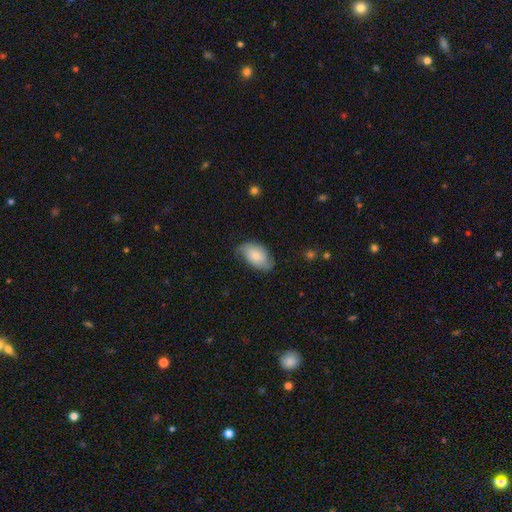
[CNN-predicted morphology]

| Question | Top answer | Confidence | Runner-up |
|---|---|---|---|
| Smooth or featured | smooth | 58% | featured or disk (35%) |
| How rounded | in between | 93% | round (5%) |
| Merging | none | 65% | minor disturbance (27%) |